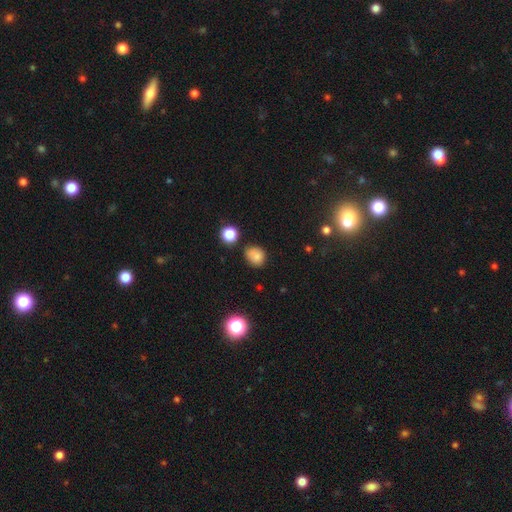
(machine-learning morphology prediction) Smooth or featured?
  - smooth: 79% *
  - star or artifact: 14%
  - featured or disk: 7%
How rounded?
  - round: 70% *
  - in between: 29%
  - cigar-shaped: 1%
Merging?
  - none: 70% *
  - minor disturbance: 21%
  - merger: 5%
  - major disturbance: 4%